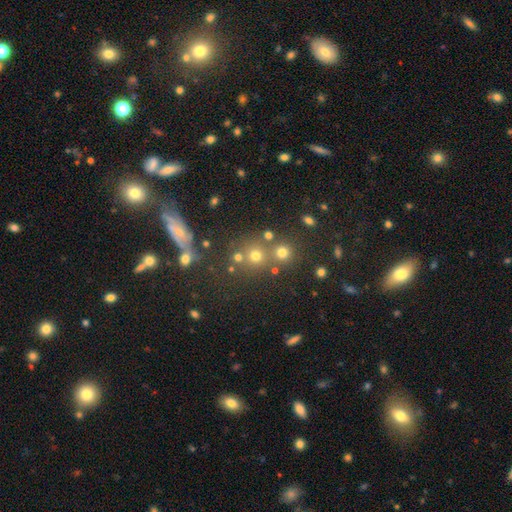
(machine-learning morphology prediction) Smooth or featured? smooth (67%)
How rounded? round (90%)
Merging? none (69%)